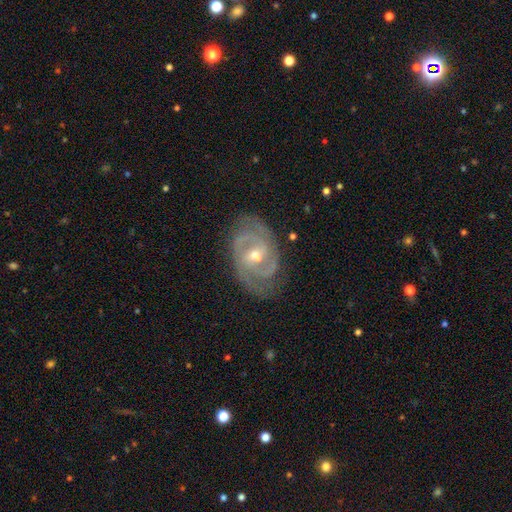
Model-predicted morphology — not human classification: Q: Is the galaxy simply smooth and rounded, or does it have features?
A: featured or disk — 89%.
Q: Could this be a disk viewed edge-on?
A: no — 97%.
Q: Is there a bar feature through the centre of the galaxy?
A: weak — 53%.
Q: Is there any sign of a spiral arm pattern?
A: yes — 97%.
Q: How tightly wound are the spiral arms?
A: tight — 54%.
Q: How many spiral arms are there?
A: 2 — 54%.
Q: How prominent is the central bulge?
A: moderate — 60%.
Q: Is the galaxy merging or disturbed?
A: none — 77%.